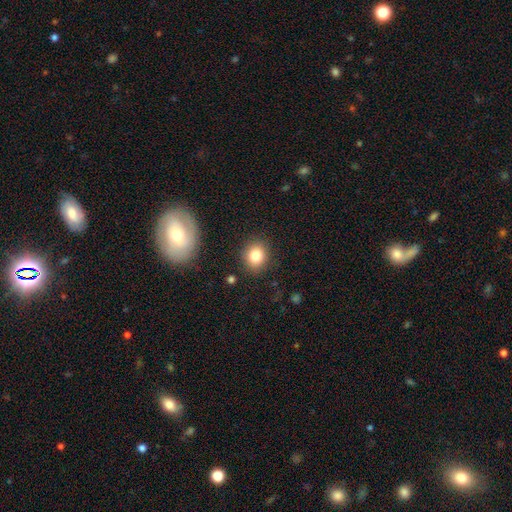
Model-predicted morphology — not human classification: Smooth or featured?
  - smooth: 82% *
  - star or artifact: 10%
  - featured or disk: 8%
How rounded?
  - round: 66% *
  - in between: 33%
  - cigar-shaped: 1%
Merging?
  - none: 87% *
  - minor disturbance: 9%
  - major disturbance: 3%
  - merger: 2%